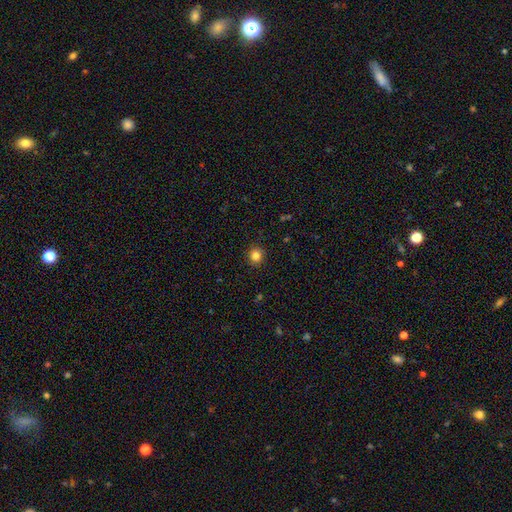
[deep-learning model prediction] This appears to be a smooth galaxy with no disk features (83%) that is round (87%). Merging: none (91%).